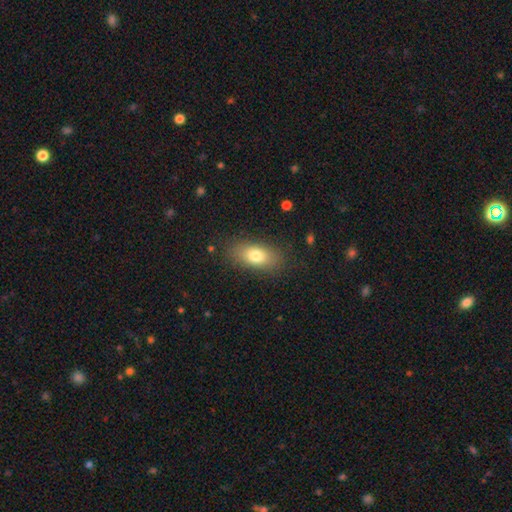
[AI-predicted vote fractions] A smooth galaxy with no disk features (77%) that is in between round and cigar-shaped (85%).

Vote fractions:
- Smooth or featured? smooth: 77% / featured or disk: 14% / star or artifact: 8%
- How rounded? in between: 85% / cigar-shaped: 8% / round: 7%
- Merging? none: 83% / minor disturbance: 12% / major disturbance: 4% / merger: 1%